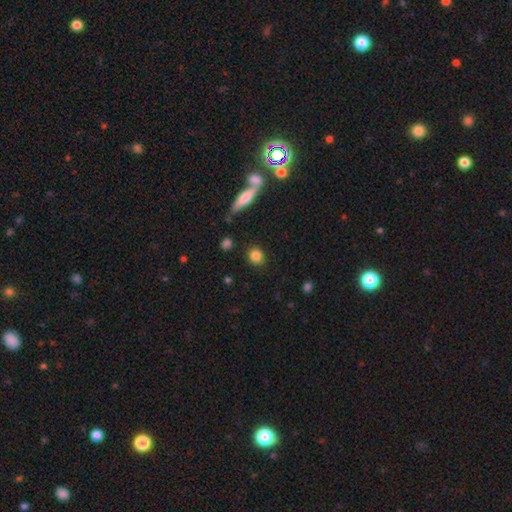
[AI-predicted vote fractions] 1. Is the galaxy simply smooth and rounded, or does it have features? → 84% smooth, 9% star or artifact, 7% featured or disk.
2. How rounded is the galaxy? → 75% round, 23% in between, 3% cigar-shaped.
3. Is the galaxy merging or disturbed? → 87% none, 8% minor disturbance, 3% merger, 2% major disturbance.